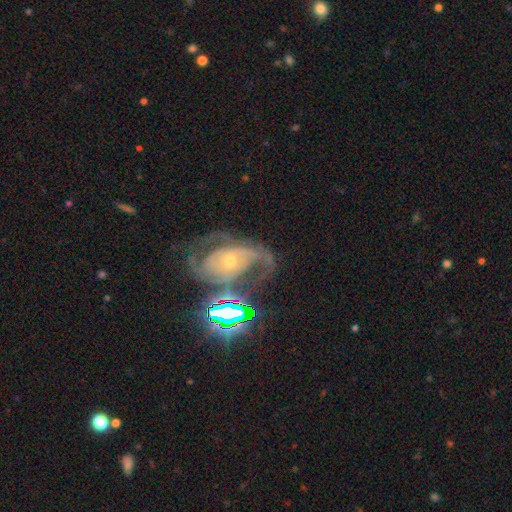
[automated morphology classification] Smooth or featured? featured or disk (78%)
Edge-on disk? no (96%)
Bar? no (64%)
Spiral arms? yes (92%)
Spiral winding? tight (44%)
Spiral arm count? 2 (50%)
Bulge size? small (74%)
Merging? none (52%)